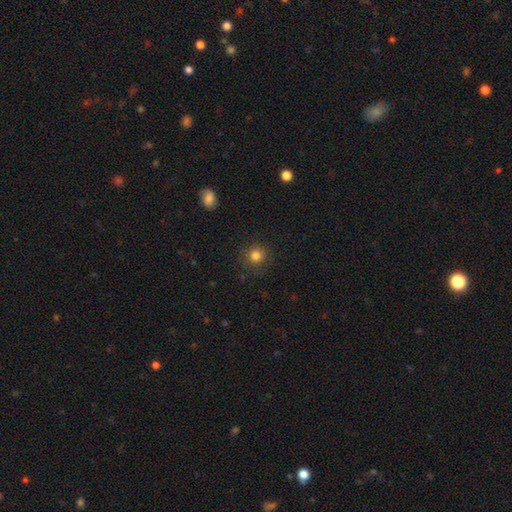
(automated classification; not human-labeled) Smooth or featured? smooth (82%)
How rounded? round (91%)
Merging? none (88%)